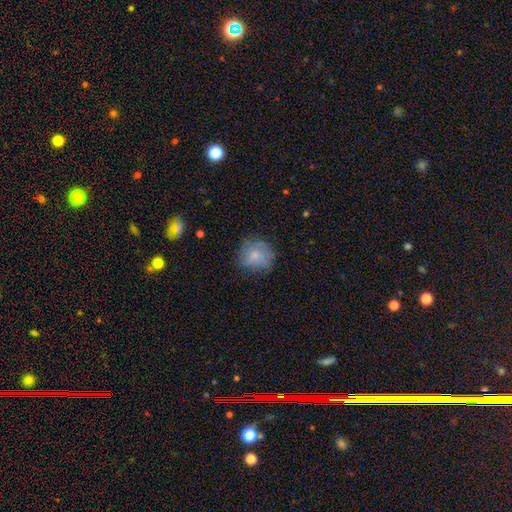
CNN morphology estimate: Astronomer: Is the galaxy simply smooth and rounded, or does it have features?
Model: smooth — 75%.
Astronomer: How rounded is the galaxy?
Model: round — 85%.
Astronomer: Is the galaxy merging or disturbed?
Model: none — 68%.